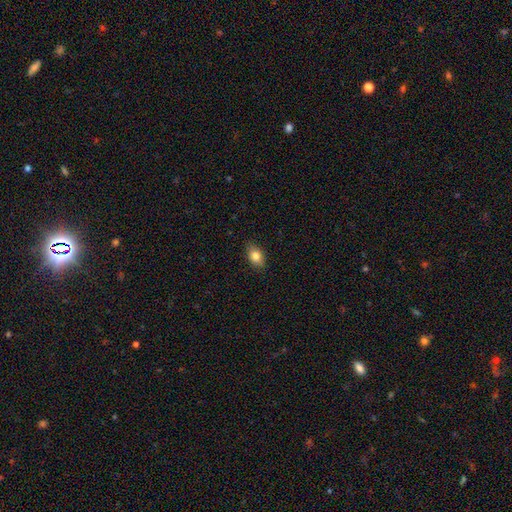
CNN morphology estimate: Smooth or featured? Predicted: smooth (p=0.81). How rounded? Predicted: in between (p=0.83). Merging? Predicted: none (p=0.86).